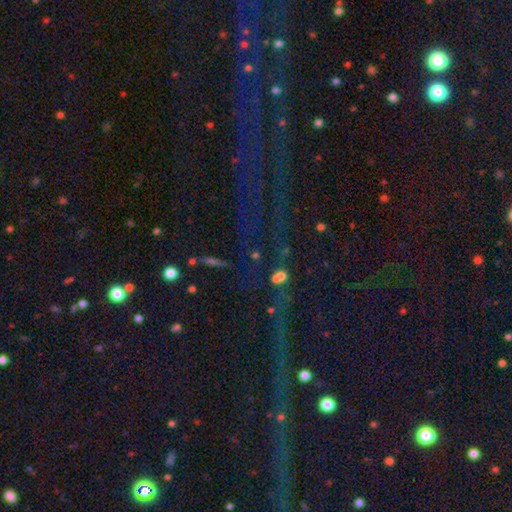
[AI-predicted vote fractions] A star or artifact, not a galaxy (53%).

Vote fractions:
- Smooth or featured? star or artifact: 53% / smooth: 28% / featured or disk: 19%